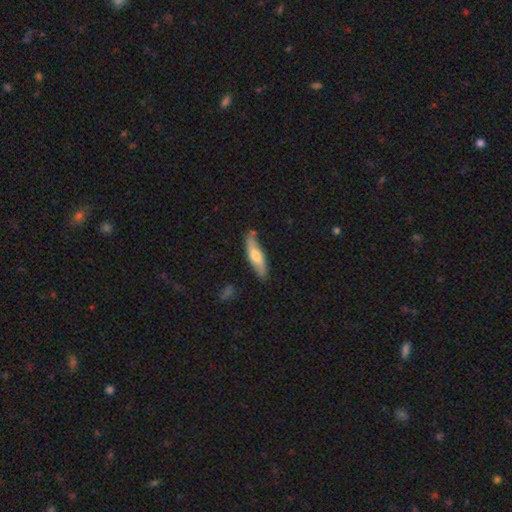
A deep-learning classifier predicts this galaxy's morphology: Smooth or featured: smooth — 58% (featured or disk — 37%)
How rounded: cigar-shaped — 70% (in between — 28%)
Merging: none — 75% (minor disturbance — 18%)